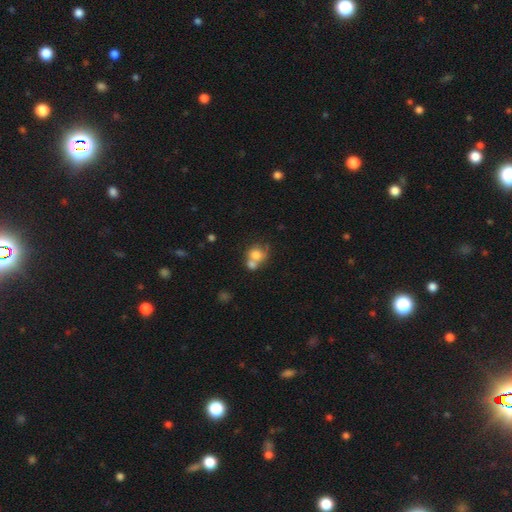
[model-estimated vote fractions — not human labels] This appears to be a smooth galaxy with no disk features (71%) that is round (69%). Merging: merger (56%).